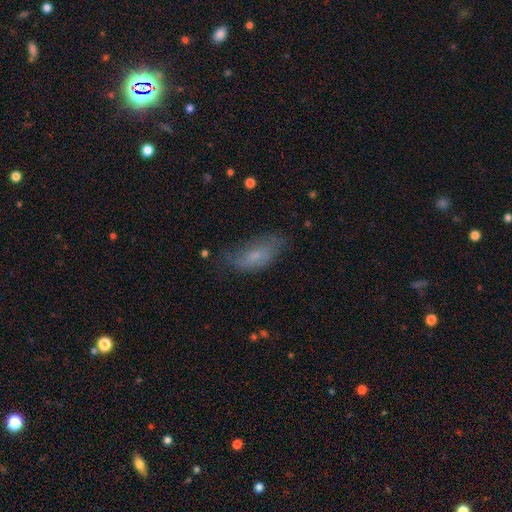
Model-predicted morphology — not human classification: A smooth galaxy with no disk features (63%) that is in between round and cigar-shaped (83%). Merging: none (55%).